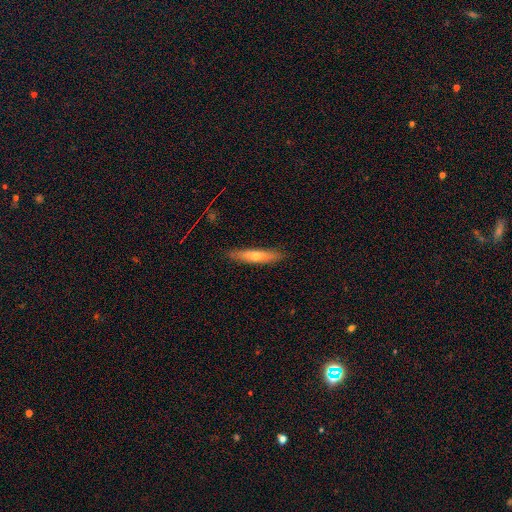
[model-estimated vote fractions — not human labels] A smooth galaxy with no disk features (50%).

Vote fractions:
- Smooth or featured? smooth: 50% / featured or disk: 43% / star or artifact: 7%
- Merging? none: 88% / minor disturbance: 9% / major disturbance: 2% / merger: 1%